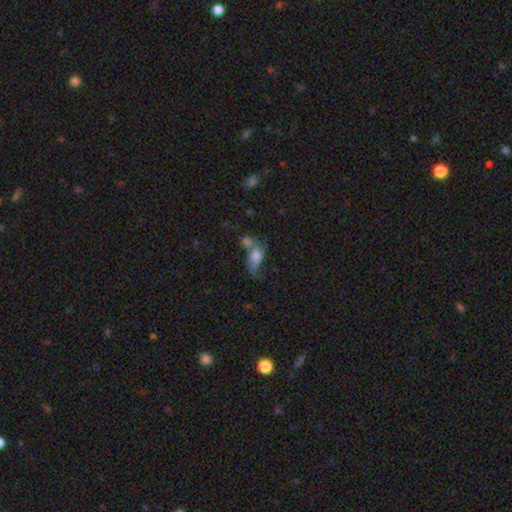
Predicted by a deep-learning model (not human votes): Overall: smooth (65%). How rounded: in between (81%). Merging: merger (46%; none 23%).